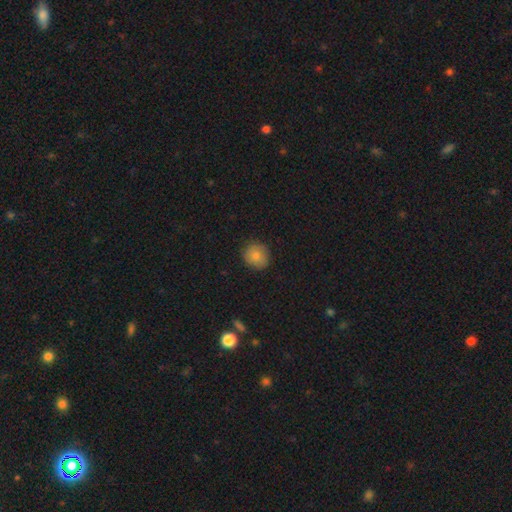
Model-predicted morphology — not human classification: type=smooth (79%); roundness=round (87%); merging=none (84%).